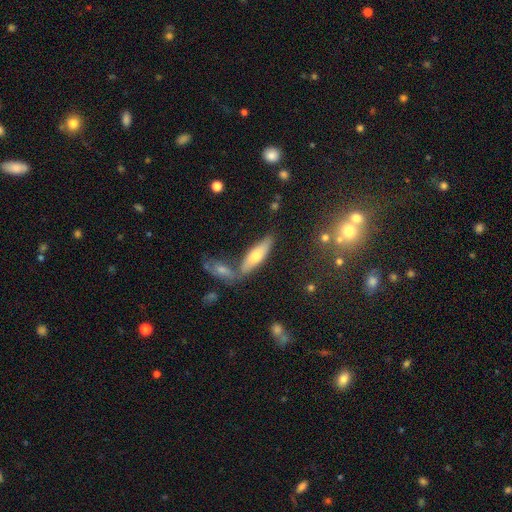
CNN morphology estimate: This appears to be a smooth galaxy with no disk features (55%) that is cigar-shaped (56%). Merging: none (64%).